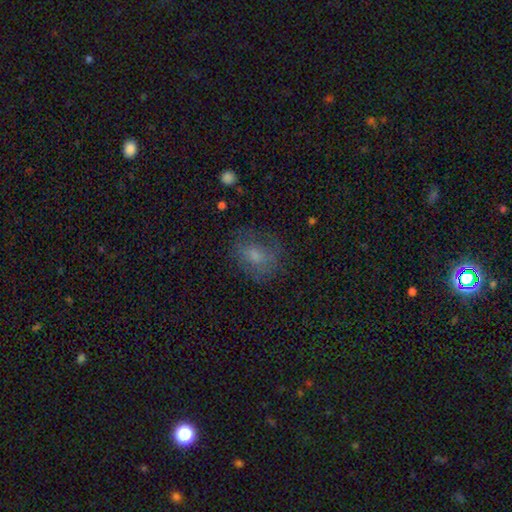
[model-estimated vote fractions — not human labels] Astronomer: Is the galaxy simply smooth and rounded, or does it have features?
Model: smooth — 59%.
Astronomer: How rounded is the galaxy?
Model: in between — 51% (runner-up: round, 48%).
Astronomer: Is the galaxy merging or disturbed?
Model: none — 61%.